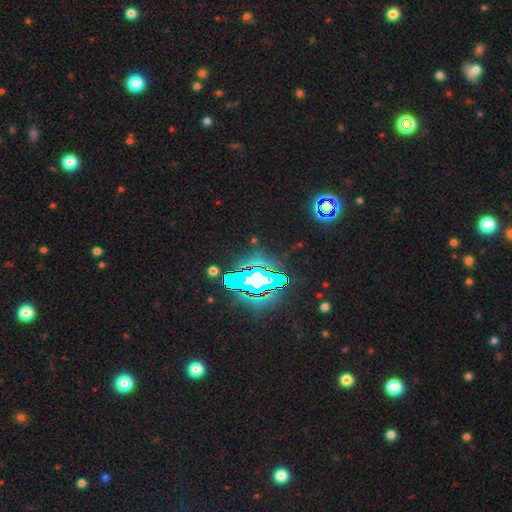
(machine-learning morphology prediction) type=star or artifact (70%).